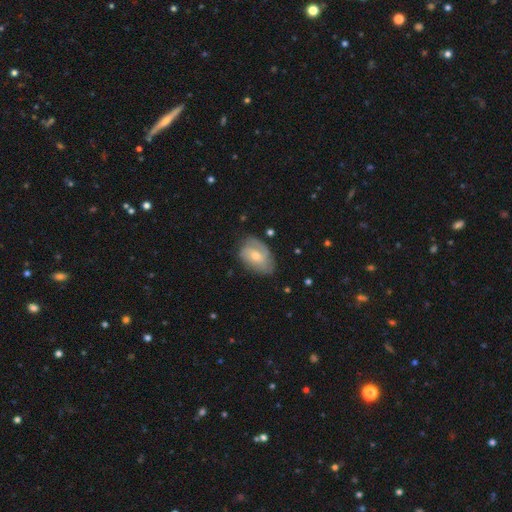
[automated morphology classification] featured or disk 62%, smooth 31%, star or artifact 7%. Down the decision tree: edge-on disk — no (95%); bar — no (57%); spiral arms — yes (82%); bulge size — moderate (53%); merging — none (69%).